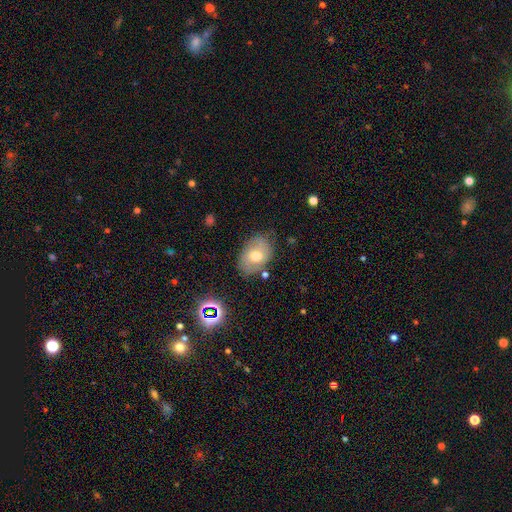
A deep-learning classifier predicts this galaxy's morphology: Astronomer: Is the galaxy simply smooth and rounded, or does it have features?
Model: smooth — 59%.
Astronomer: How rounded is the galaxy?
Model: in between — 80%.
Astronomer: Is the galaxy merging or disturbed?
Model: none — 70%.